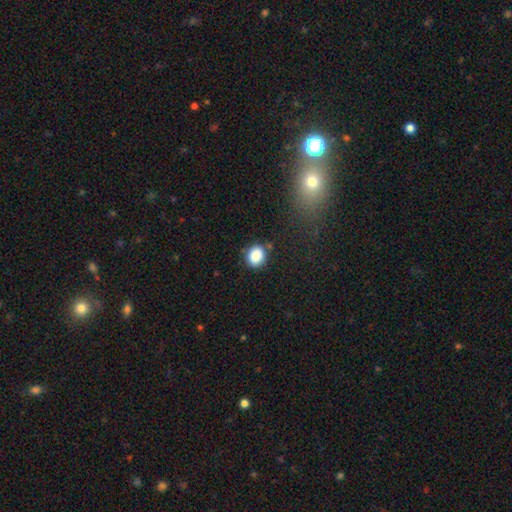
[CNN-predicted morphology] type=smooth (88%); roundness=round (67%); merging=none (80%).